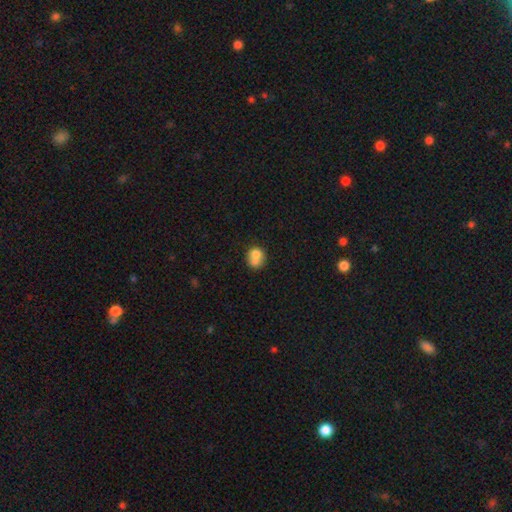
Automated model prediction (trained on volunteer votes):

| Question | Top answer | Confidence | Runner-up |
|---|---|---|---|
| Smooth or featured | smooth | 69% | featured or disk (21%) |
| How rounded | round | 68% | in between (31%) |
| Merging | merger | 57% | none (29%) |